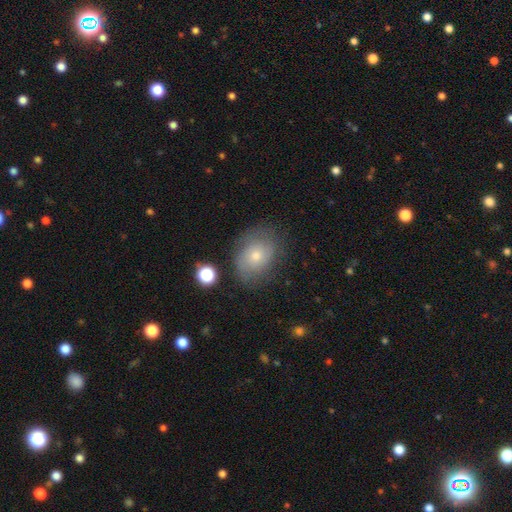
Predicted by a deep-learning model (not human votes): A smooth galaxy with no disk features (50%) that is in between round and cigar-shaped (59%). Merging: none (72%).